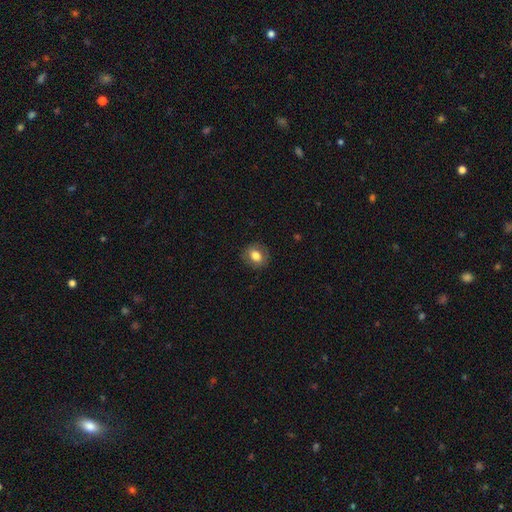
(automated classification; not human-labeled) Overall: smooth (76%). How rounded: round (61%; in between 38%). Merging: none (86%).